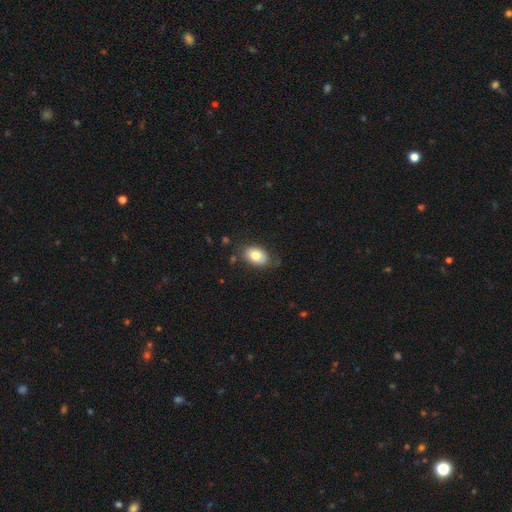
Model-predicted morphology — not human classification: type=smooth (78%); roundness=in between (83%); merging=none (74%).